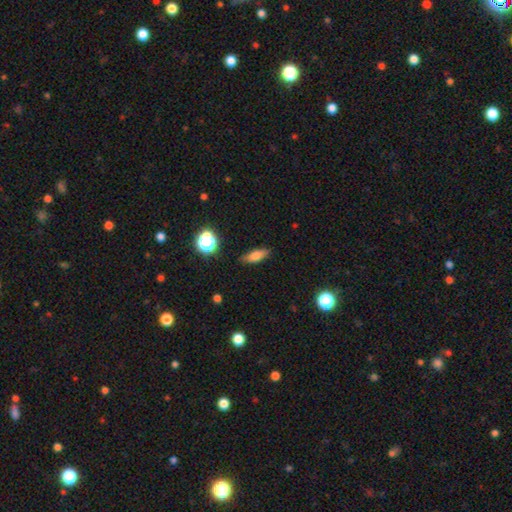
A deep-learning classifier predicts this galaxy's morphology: Smooth or featured? Predicted: smooth (p=0.70). How rounded? Predicted: in between (p=0.59). Merging? Predicted: none (p=0.81).